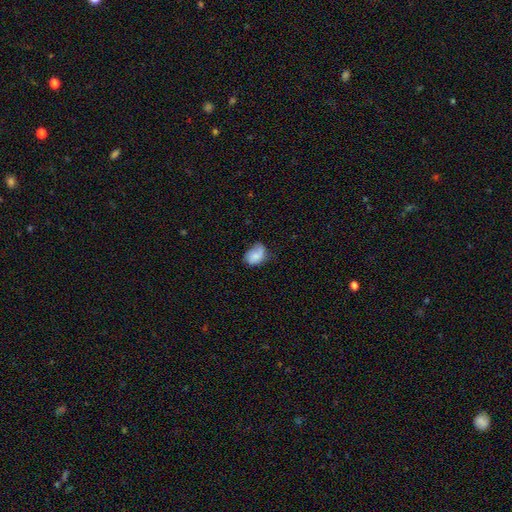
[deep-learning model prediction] Smooth or featured? smooth (74%)
How rounded? in between (75%)
Merging? none (46%)